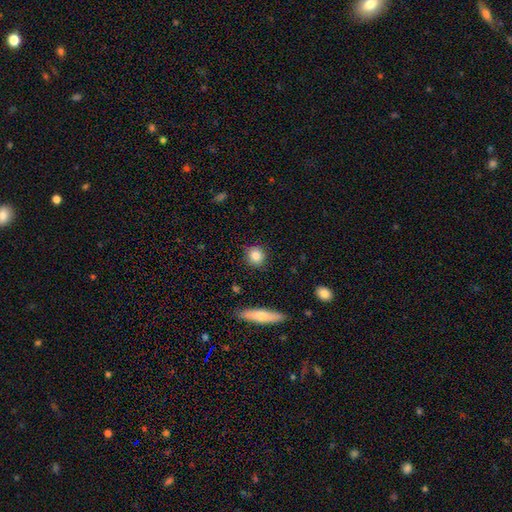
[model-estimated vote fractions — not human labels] Smooth or featured? smooth (84%)
How rounded? round (85%)
Merging? none (87%)